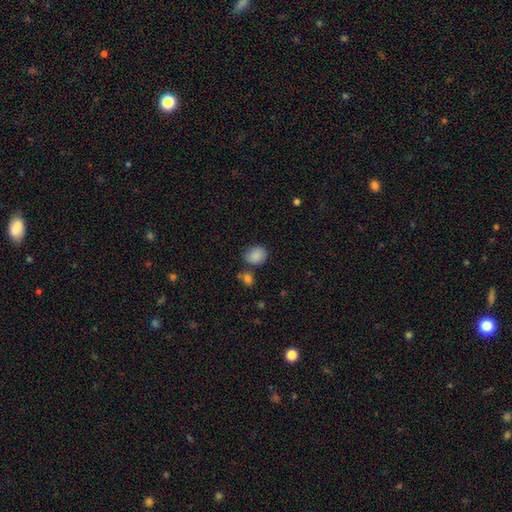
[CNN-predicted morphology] Smooth or featured?
  - smooth: 87% *
  - star or artifact: 8%
  - featured or disk: 5%
How rounded?
  - round: 50% *
  - in between: 49%
  - cigar-shaped: 1%
Merging?
  - none: 67% *
  - minor disturbance: 18%
  - merger: 11%
  - major disturbance: 5%